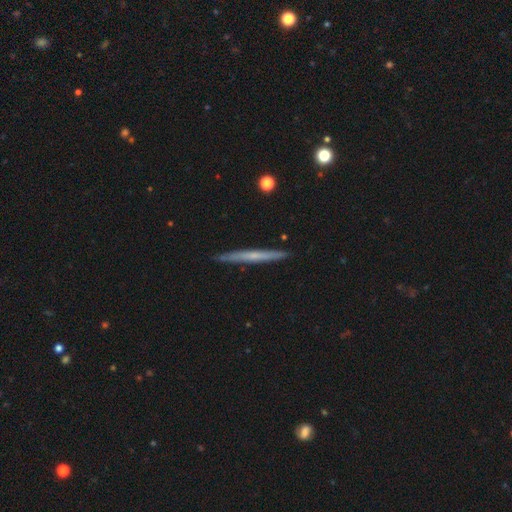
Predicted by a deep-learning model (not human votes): The model was most divided on "smooth or featured": featured or disk: 53%, smooth: 41%, star or artifact: 6%. More confident: edge-on disk — yes (97%); merging — none (89%); edge-on bulge — none (74%).